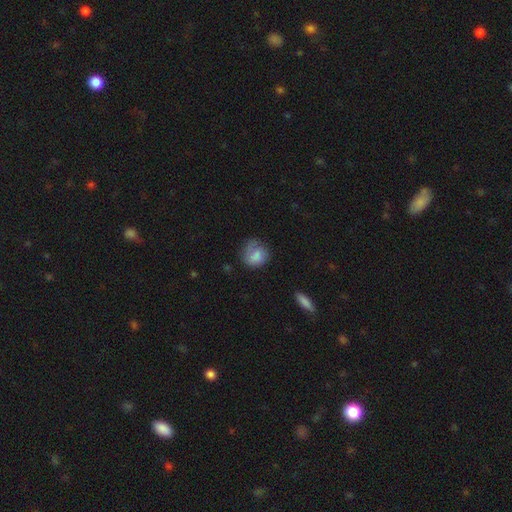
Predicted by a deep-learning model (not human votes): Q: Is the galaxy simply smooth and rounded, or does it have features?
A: smooth — 74%.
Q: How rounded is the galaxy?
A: round — 73%.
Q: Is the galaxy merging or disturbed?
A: none — 53%.